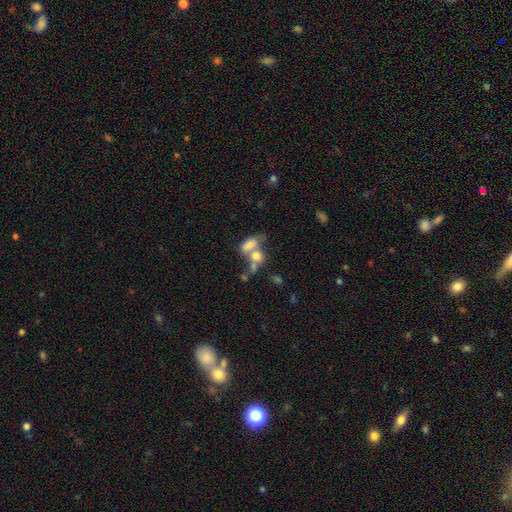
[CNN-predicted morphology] Smooth or featured? Predicted: smooth (p=0.61). How rounded? Predicted: in between (p=0.71). Merging? Predicted: merger (p=0.58).